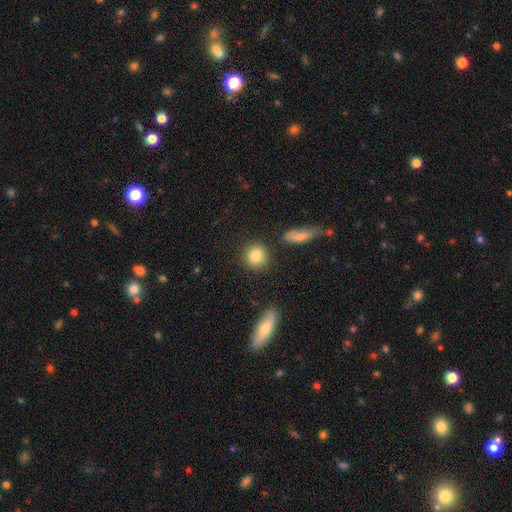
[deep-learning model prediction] Overall: smooth (85%). How rounded: round (85%). Merging: none (83%).